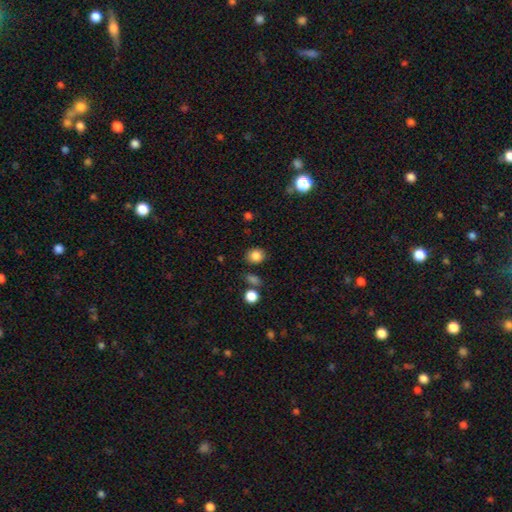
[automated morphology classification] Smooth or featured?
  - smooth: 84% *
  - star or artifact: 11%
  - featured or disk: 5%
How rounded?
  - round: 69% *
  - in between: 30%
  - cigar-shaped: 1%
Merging?
  - none: 82% *
  - minor disturbance: 11%
  - merger: 4%
  - major disturbance: 3%